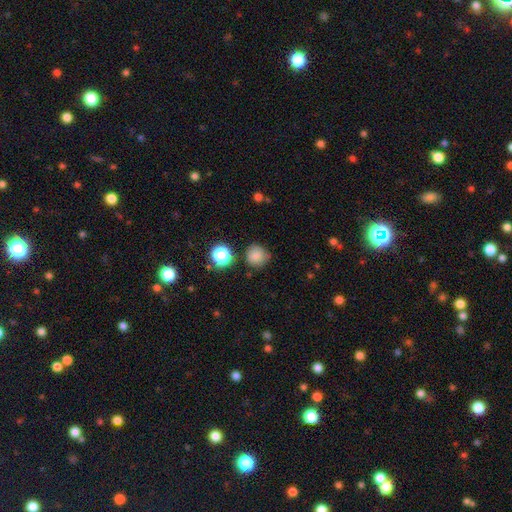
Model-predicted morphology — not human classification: Q: Smooth or featured?
A: smooth (81%); runner-up: star or artifact (13%)
Q: How rounded?
A: round (89%); runner-up: in between (10%)
Q: Merging?
A: none (72%); runner-up: minor disturbance (19%)